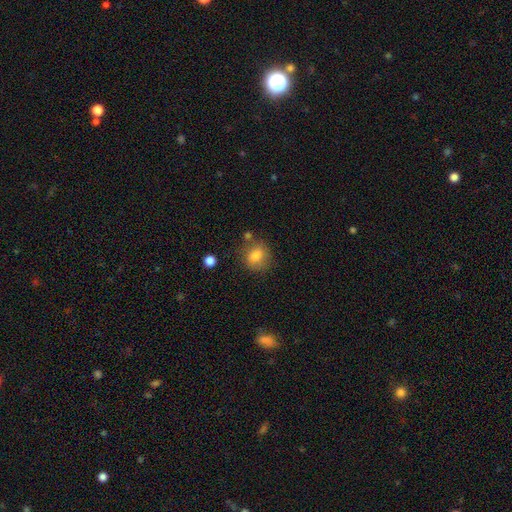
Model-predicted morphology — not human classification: smooth 81%, star or artifact 10%, featured or disk 9%. Down the decision tree: how rounded — round (69%); merging — none (72%).